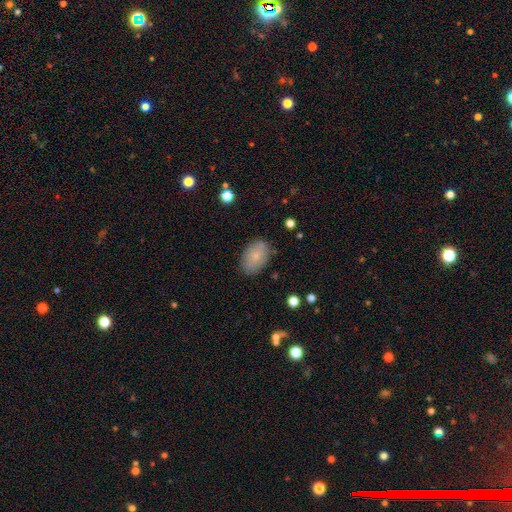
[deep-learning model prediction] Overall: smooth (72%). How rounded: in between (89%). Merging: none (83%).